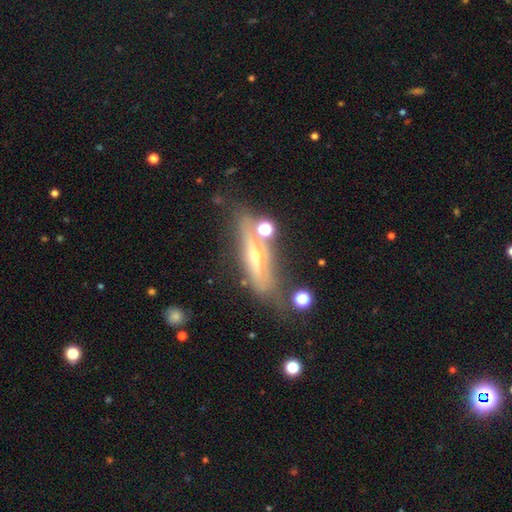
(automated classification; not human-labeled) featured or disk 69%, smooth 22%, star or artifact 9%. Down the decision tree: edge-on disk — yes (76%); edge-on bulge — rounded (79%); merging — none (58%).